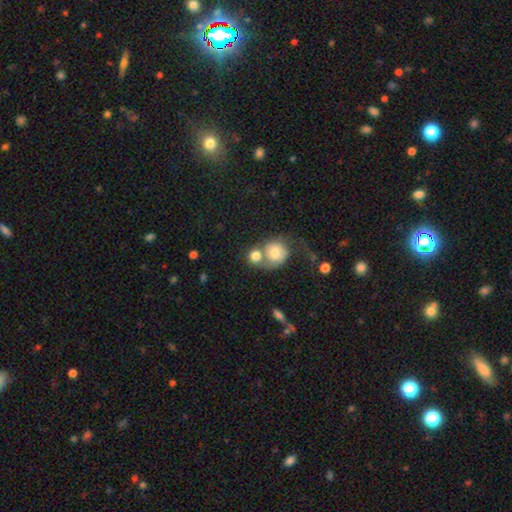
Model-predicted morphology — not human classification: This appears to be a smooth galaxy with no disk features (67%) that is round (79%). Merging: merger (57%).